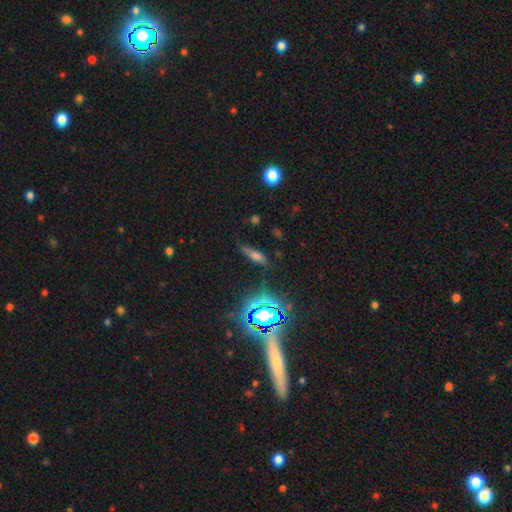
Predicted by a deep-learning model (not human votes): Q: Smooth or featured?
A: smooth (51%); runner-up: featured or disk (27%)
Q: How rounded?
A: cigar-shaped (61%); runner-up: in between (34%)
Q: Merging?
A: none (73%); runner-up: minor disturbance (18%)